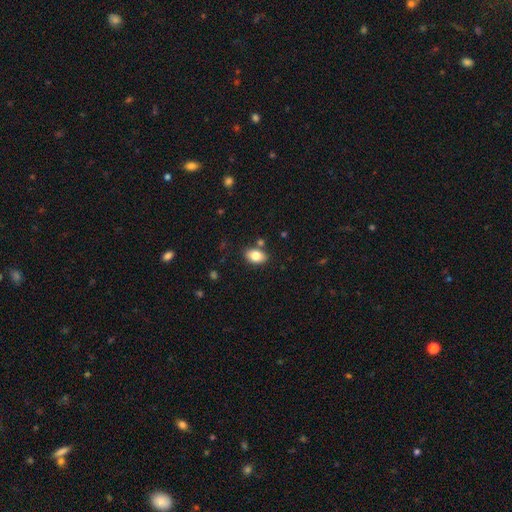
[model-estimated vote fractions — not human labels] Q: Smooth or featured?
A: smooth (82%); runner-up: featured or disk (10%)
Q: How rounded?
A: in between (85%); runner-up: round (14%)
Q: Merging?
A: none (80%); runner-up: minor disturbance (11%)